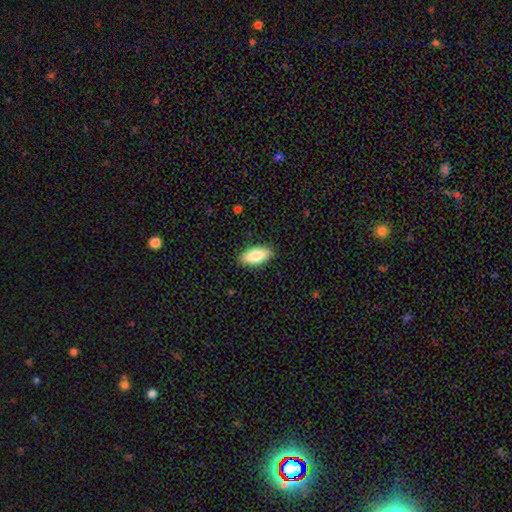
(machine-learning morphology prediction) Smooth or featured?
  - smooth: 86% *
  - featured or disk: 8%
  - star or artifact: 6%
How rounded?
  - in between: 89% *
  - cigar-shaped: 8%
  - round: 2%
Merging?
  - none: 88% *
  - minor disturbance: 9%
  - major disturbance: 2%
  - merger: 1%